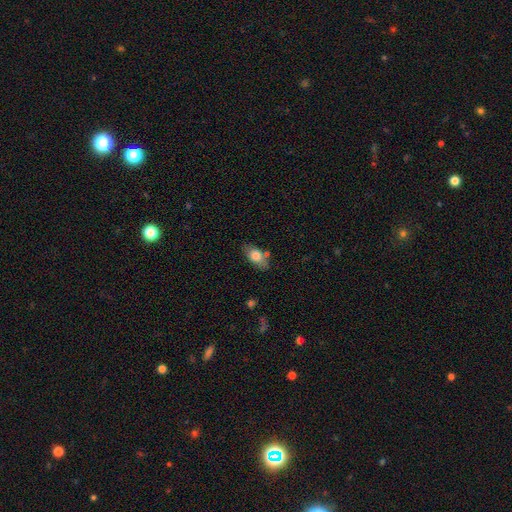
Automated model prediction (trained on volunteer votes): This is likely a smooth galaxy (76%). How rounded: clearly in between (87%). Merging: likely none (67%).